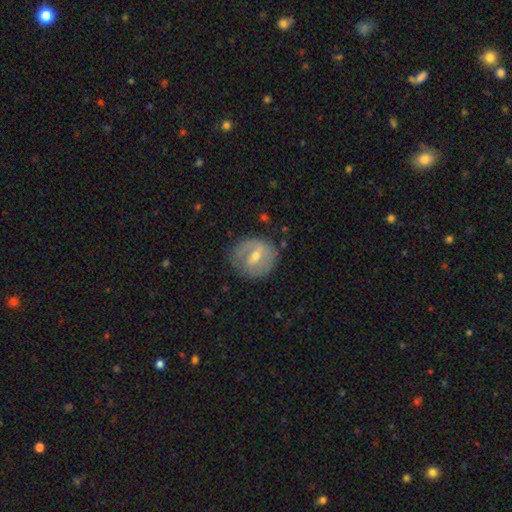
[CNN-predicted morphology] Smooth or featured?
  - featured or disk: 61% *
  - smooth: 32%
  - star or artifact: 7%
Edge-on disk?
  - no: 95% *
  - yes: 5%
Bar?
  - weak: 51% *
  - strong: 29%
  - no: 20%
Spiral arms?
  - yes: 59% *
  - no: 41%
Bulge size?
  - moderate: 55% *
  - small: 41%
  - large: 2%
  - none: 1%
  - dominant: 1%
Merging?
  - none: 74% *
  - minor disturbance: 18%
  - major disturbance: 7%
  - merger: 2%